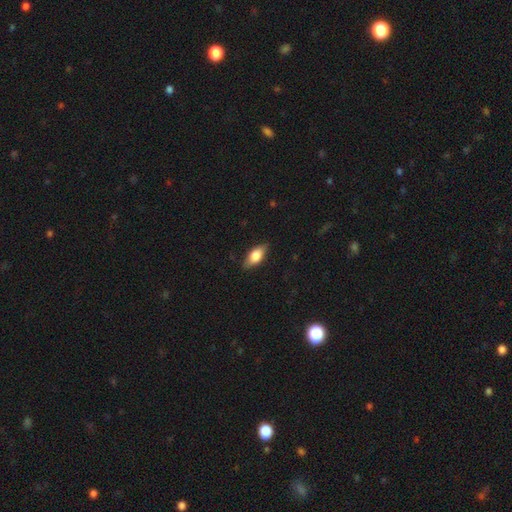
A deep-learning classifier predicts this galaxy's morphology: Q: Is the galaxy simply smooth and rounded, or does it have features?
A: smooth — 68%.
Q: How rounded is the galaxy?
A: in between — 83%.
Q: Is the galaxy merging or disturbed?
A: none — 82%.